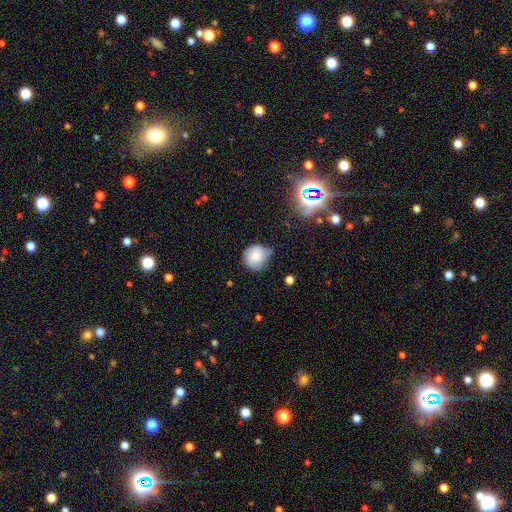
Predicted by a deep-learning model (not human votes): A smooth galaxy with no disk features (69%) that is round (84%). Merging: none (44%).